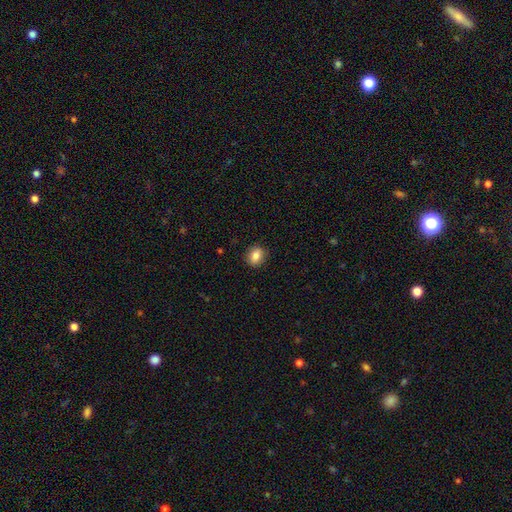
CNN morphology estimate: A smooth galaxy with no disk features (83%) that is in between round and cigar-shaped (50%). Merging: none (89%).